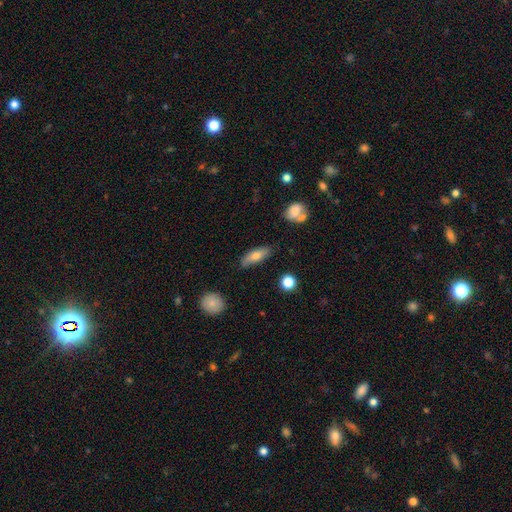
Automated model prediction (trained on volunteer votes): Smooth or featured? smooth (71%)
How rounded? in between (62%)
Merging? none (74%)